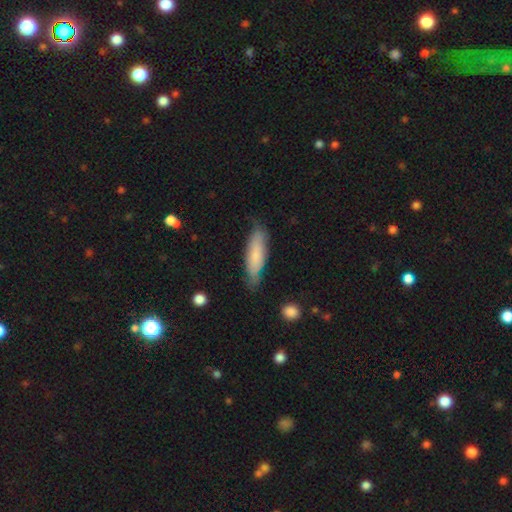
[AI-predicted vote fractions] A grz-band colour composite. It shows a smooth galaxy with no disk features (71%) that is cigar-shaped (61%). Merging: none (70%).